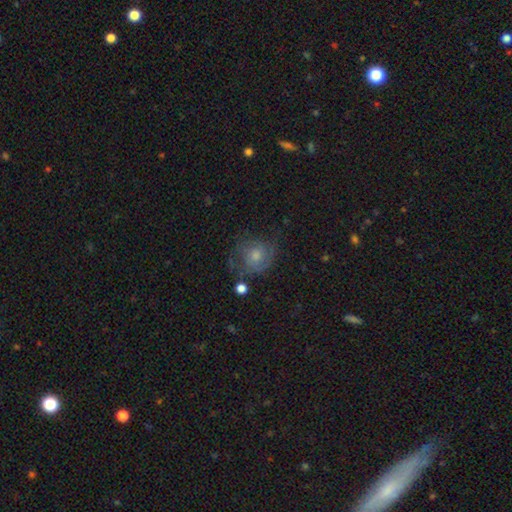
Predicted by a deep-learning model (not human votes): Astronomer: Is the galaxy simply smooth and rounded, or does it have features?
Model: featured or disk — 43% (runner-up: smooth, 42%).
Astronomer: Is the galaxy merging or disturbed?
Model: none — 62%.